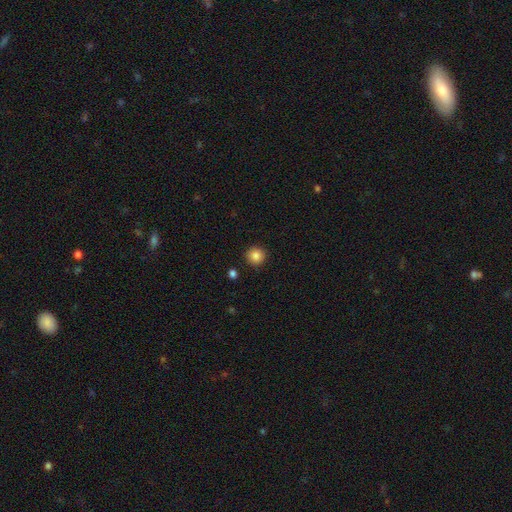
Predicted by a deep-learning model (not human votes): Smooth or featured?
  - smooth: 86% *
  - star or artifact: 10%
  - featured or disk: 5%
How rounded?
  - round: 94% *
  - in between: 5%
  - cigar-shaped: 1%
Merging?
  - none: 91% *
  - minor disturbance: 6%
  - major disturbance: 2%
  - merger: 2%